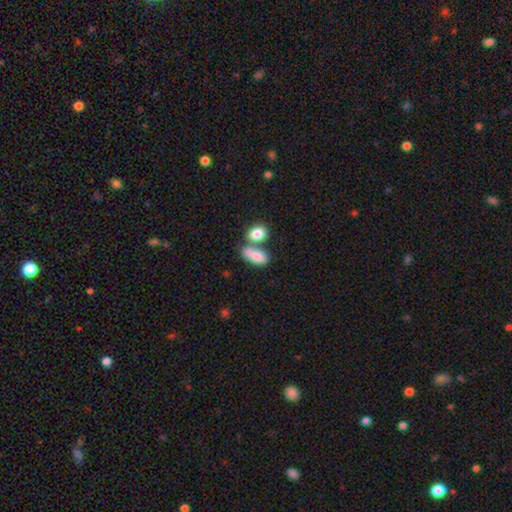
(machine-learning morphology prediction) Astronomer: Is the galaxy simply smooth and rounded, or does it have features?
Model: smooth — 83%.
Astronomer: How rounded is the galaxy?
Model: in between — 88%.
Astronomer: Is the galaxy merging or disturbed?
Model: merger — 45% (runner-up: none, 39%).